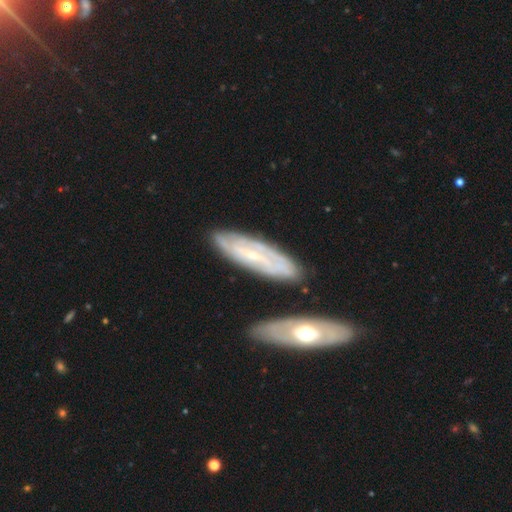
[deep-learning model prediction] smooth-or-featured: featured or disk: 75% | smooth: 19% | star or artifact: 6%
  disk-edge-on: no: 81% | yes: 19%
    bar: no: 52% | weak: 35% | strong: 13%
    has-spiral-arms: yes: 82% | no: 18%
      spiral-winding: tight: 61% | medium: 29% | loose: 10%
      spiral-arm-count: can't tell: 48% | 2: 33% | 3: 8% | 4: 5% | more than 4: 3% | 1: 3%
    bulge-size: small: 72% | moderate: 22% | none: 4% | large: 2% | dominant: 1%
  merging: none: 79% | minor disturbance: 13% | merger: 5% | major disturbance: 3%